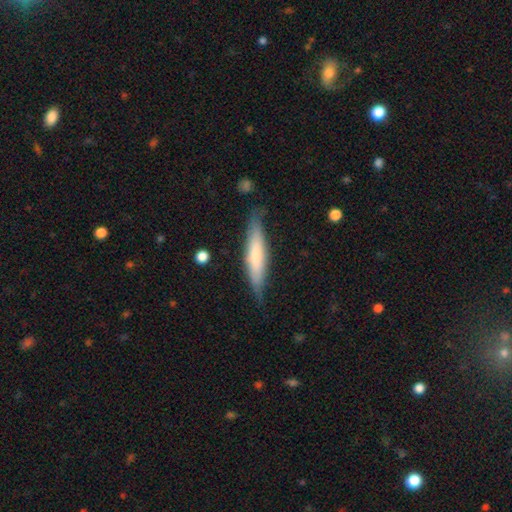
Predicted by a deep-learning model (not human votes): Morphology: type=smooth (61%); roundness=cigar-shaped (84%); merging=none (78%).